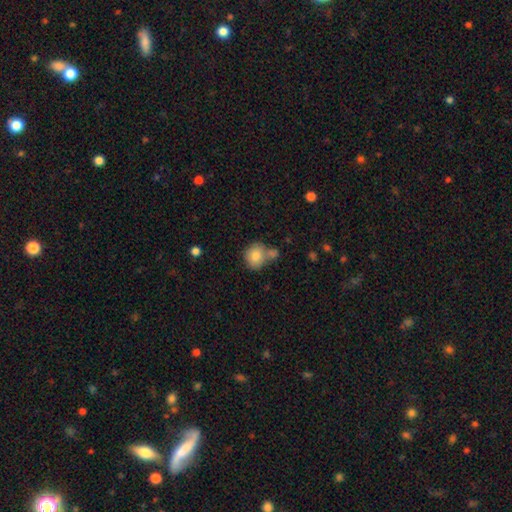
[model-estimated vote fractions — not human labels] This is clearly a smooth galaxy (81%). How rounded: likely round (77%). Merging: possibly none (49%).